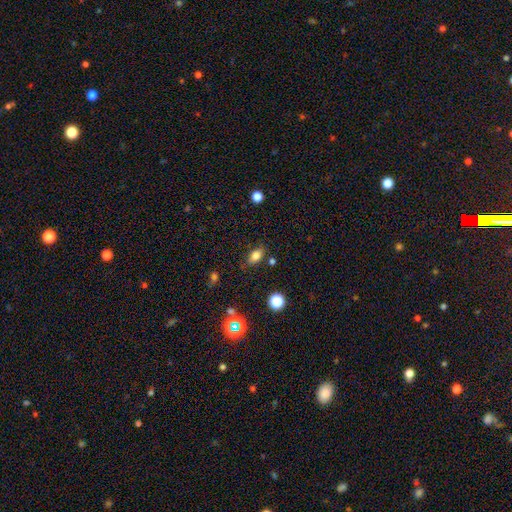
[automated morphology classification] The model was most divided on "smooth or featured": smooth: 77%, star or artifact: 13%, featured or disk: 10%. More confident: how rounded — in between (83%); merging — none (79%).